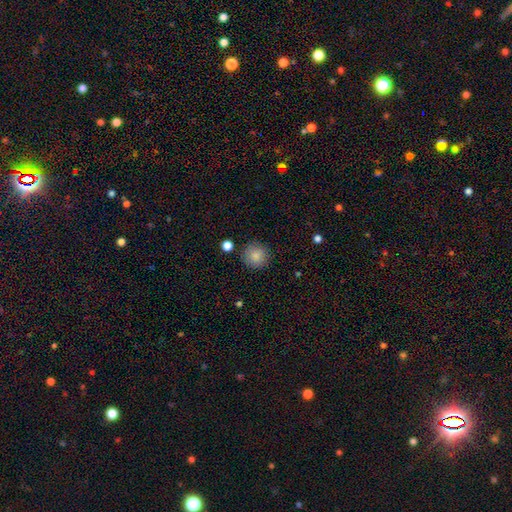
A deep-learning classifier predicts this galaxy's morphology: smooth_or_featured: smooth (p=0.86) [alt: star or artifact p=0.09]
how_rounded: round (p=0.94) [alt: in between p=0.05]
merging: none (p=0.87) [alt: minor disturbance p=0.08]